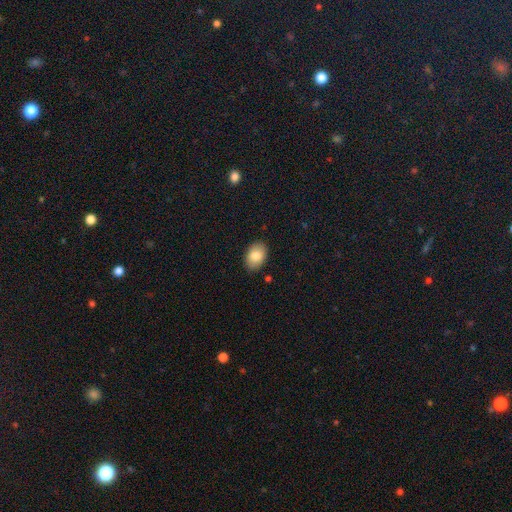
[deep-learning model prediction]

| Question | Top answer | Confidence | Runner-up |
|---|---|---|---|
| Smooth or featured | smooth | 84% | featured or disk (9%) |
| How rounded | in between | 84% | round (15%) |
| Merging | none | 86% | minor disturbance (10%) |